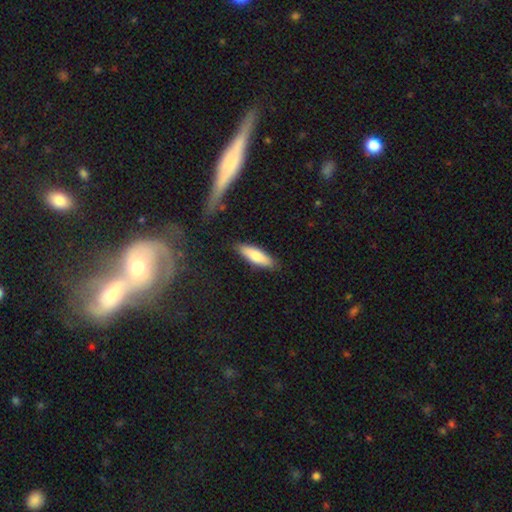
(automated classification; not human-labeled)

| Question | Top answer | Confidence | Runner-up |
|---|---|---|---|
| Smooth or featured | smooth | 78% | featured or disk (16%) |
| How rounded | cigar-shaped | 57% | in between (41%) |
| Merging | none | 85% | minor disturbance (11%) |